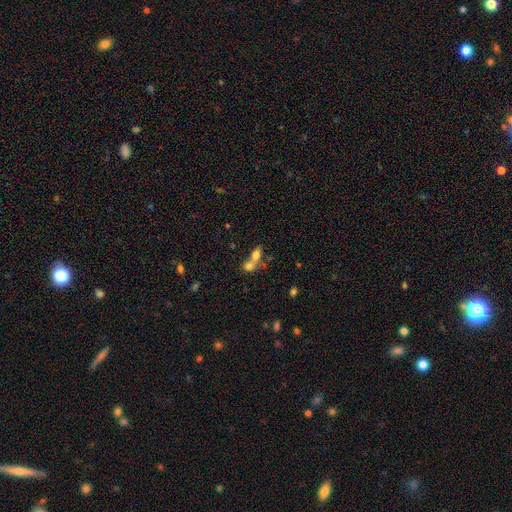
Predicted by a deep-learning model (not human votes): This is likely a smooth galaxy (70%). How rounded: likely in between (67%). Merging: likely merger (65%).